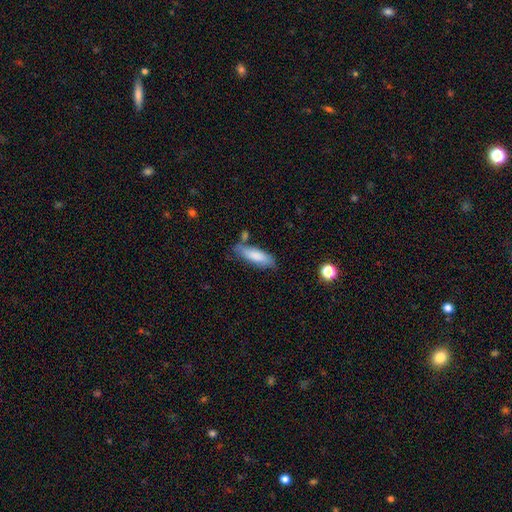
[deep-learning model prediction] The model was most divided on "how rounded": cigar-shaped: 51%, in between: 47%, round: 2%. More confident: smooth or featured — smooth (81%); merging — none (66%).